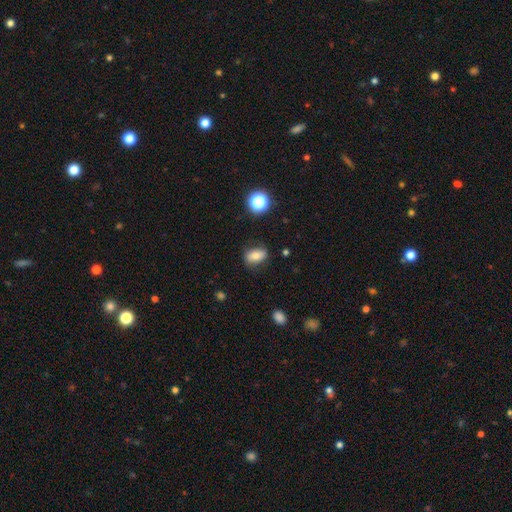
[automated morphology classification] This is likely a smooth galaxy (73%). How rounded: clearly in between (84%). Merging: likely none (75%).